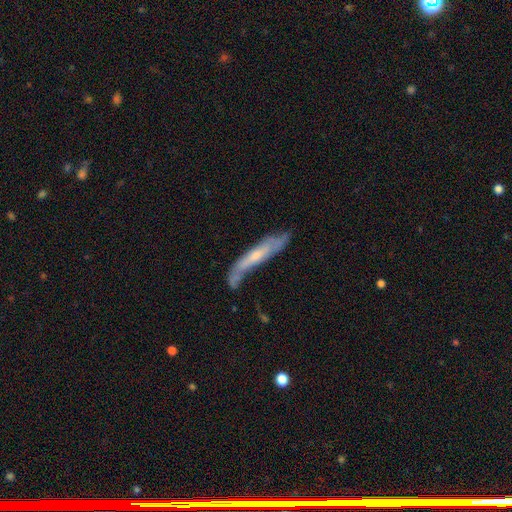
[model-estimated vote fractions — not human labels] Smooth or featured?
  - featured or disk: 55% *
  - smooth: 38%
  - star or artifact: 6%
Edge-on disk?
  - yes: 60% *
  - no: 40%
Merging?
  - none: 46% *
  - minor disturbance: 30%
  - major disturbance: 16%
  - merger: 8%